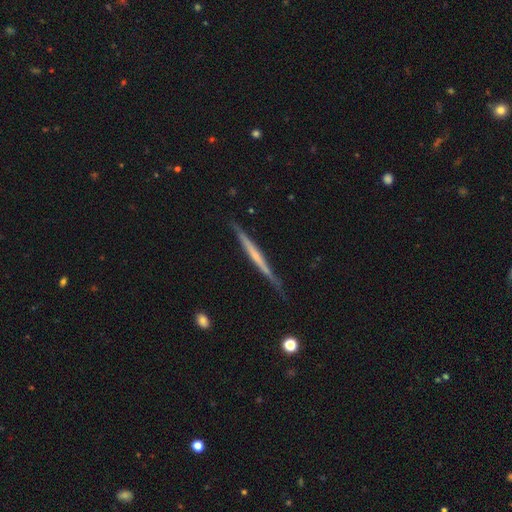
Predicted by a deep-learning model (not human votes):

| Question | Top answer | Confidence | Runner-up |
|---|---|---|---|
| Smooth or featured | featured or disk | 66% | smooth (29%) |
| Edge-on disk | yes | 97% | no (3%) |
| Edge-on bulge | none | 71% | rounded (21%) |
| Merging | none | 82% | minor disturbance (14%) |